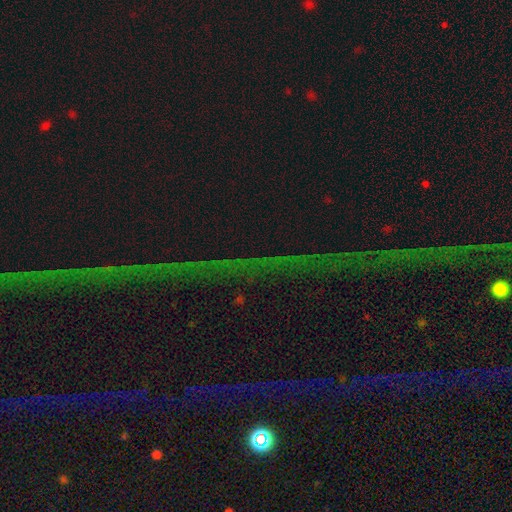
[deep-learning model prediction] Smooth or featured? Predicted: star or artifact (p=0.76).